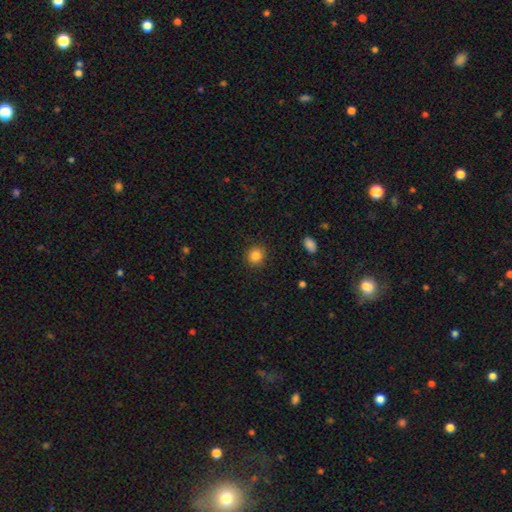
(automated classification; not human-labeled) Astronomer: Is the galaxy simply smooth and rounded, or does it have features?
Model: smooth — 86%.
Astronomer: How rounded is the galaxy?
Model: round — 84%.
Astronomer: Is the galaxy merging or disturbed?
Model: none — 90%.